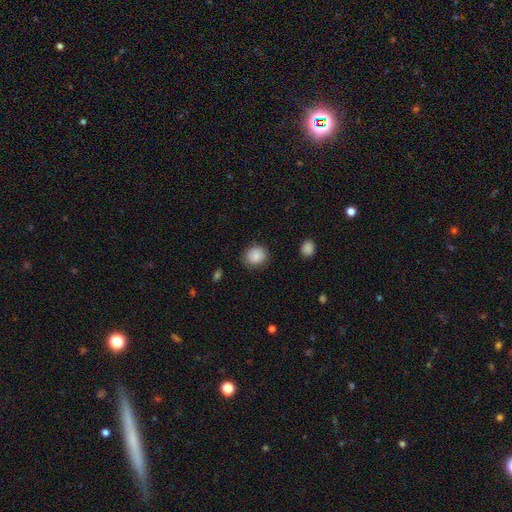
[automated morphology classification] Overall: smooth (86%). How rounded: round (67%; in between 32%). Merging: none (82%).